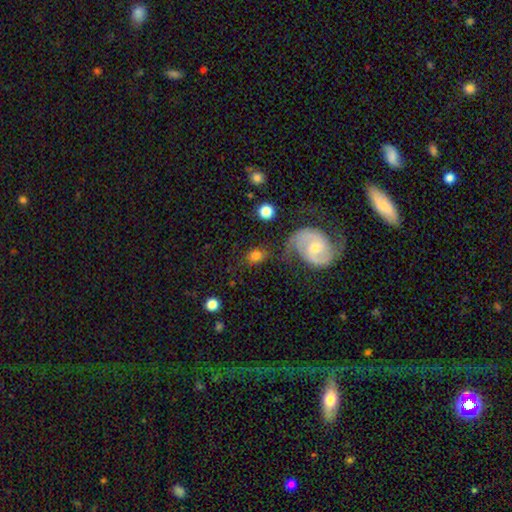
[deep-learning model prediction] A smooth galaxy with no disk features (66%) that is in between round and cigar-shaped (59%). Merging: none (59%).